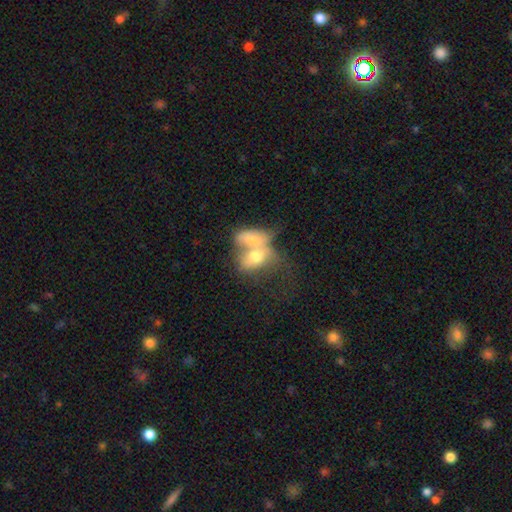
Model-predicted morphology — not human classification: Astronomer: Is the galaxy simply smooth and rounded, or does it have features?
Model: smooth — 60%.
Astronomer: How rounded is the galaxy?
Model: in between — 74%.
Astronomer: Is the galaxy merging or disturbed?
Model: merger — 78%.